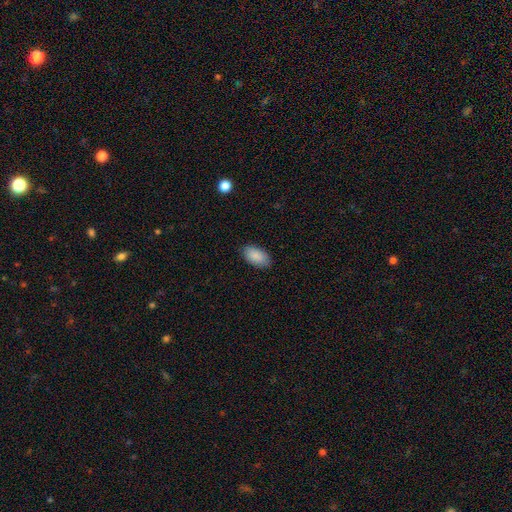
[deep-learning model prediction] Overall: smooth (89%). How rounded: in between (95%). Merging: none (86%).